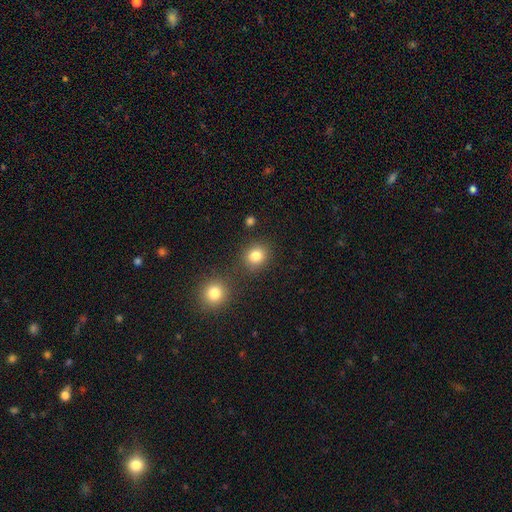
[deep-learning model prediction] smooth_or_featured: smooth (p=0.83) [alt: star or artifact p=0.12]
how_rounded: round (p=0.78) [alt: in between p=0.21]
merging: none (p=0.79) [alt: merger p=0.09]